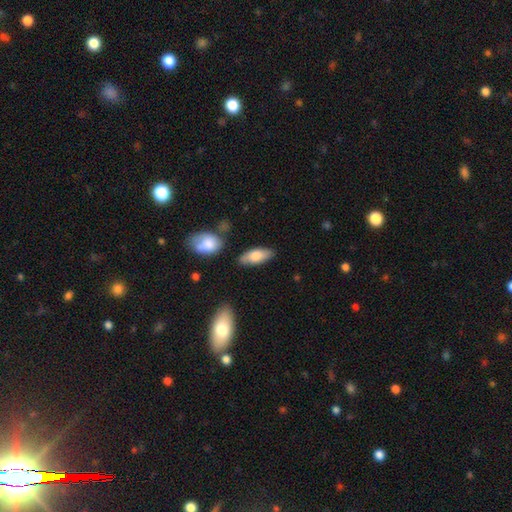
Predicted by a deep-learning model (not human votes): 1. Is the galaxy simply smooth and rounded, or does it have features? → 77% smooth, 17% featured or disk, 6% star or artifact.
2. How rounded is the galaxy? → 81% in between, 17% cigar-shaped, 2% round.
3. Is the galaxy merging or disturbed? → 78% none, 15% minor disturbance, 4% merger, 3% major disturbance.